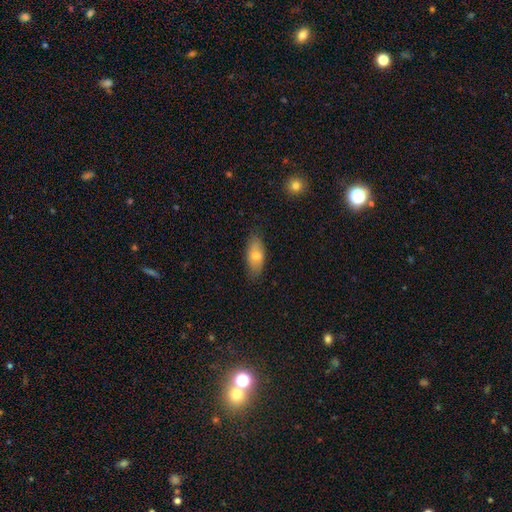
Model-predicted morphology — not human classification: Smooth or featured? Predicted: smooth (p=0.73). How rounded? Predicted: in between (p=0.84). Merging? Predicted: none (p=0.80).